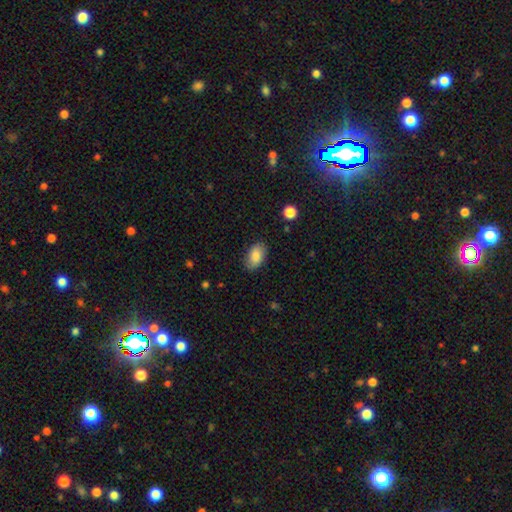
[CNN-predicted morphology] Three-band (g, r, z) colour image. It shows a smooth galaxy with no disk features (85%) that is in between round and cigar-shaped (92%). Merging: none (84%).